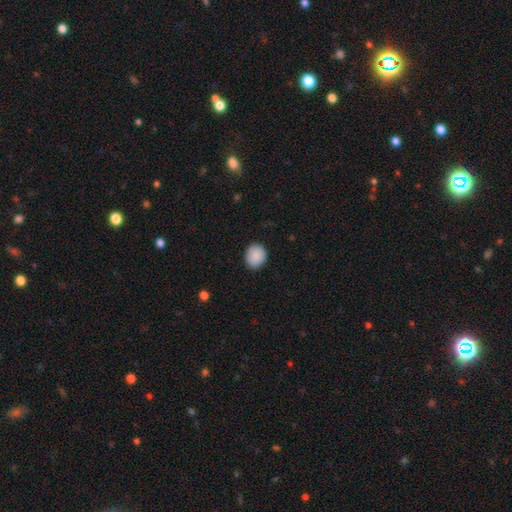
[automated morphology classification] This appears to be a smooth galaxy with no disk features (90%) that is round (75%). Merging: none (89%).